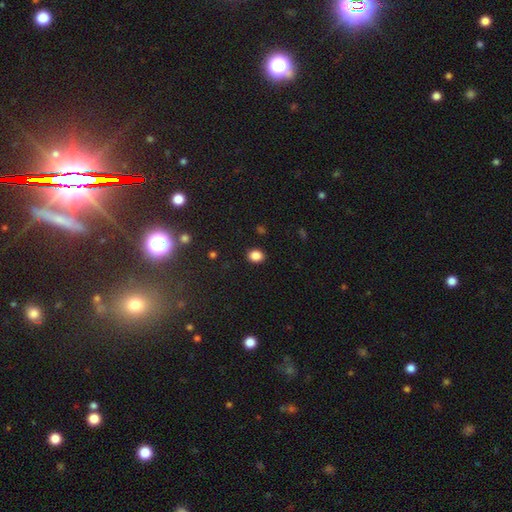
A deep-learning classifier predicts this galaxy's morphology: smooth_or_featured: smooth (p=0.86) [alt: star or artifact p=0.10]
how_rounded: in between (p=0.52) [alt: round p=0.47]
merging: none (p=0.89) [alt: minor disturbance p=0.07]